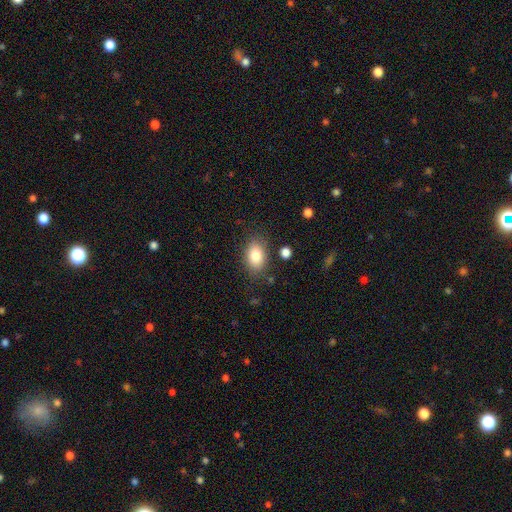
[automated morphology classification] Smooth or featured? smooth (83%)
How rounded? in between (85%)
Merging? none (82%)